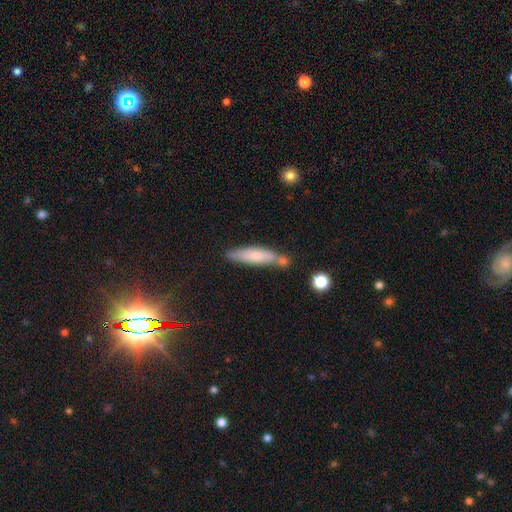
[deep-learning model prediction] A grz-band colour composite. It shows a smooth galaxy with no disk features (68%) that is cigar-shaped (78%). Merging: none (61%).